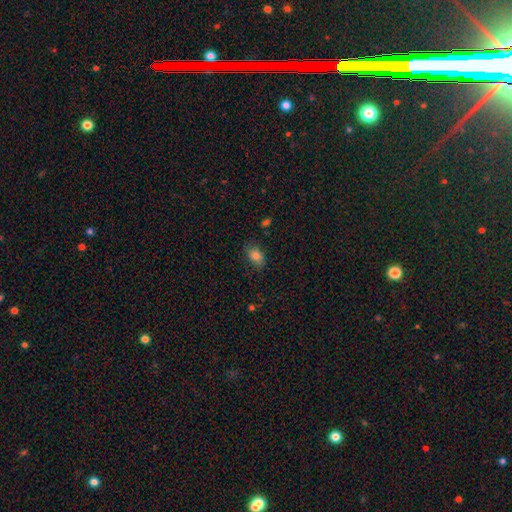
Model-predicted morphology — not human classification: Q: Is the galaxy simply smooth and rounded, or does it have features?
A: smooth — 82%.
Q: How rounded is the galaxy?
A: in between — 81%.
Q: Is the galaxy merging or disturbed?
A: none — 78%.